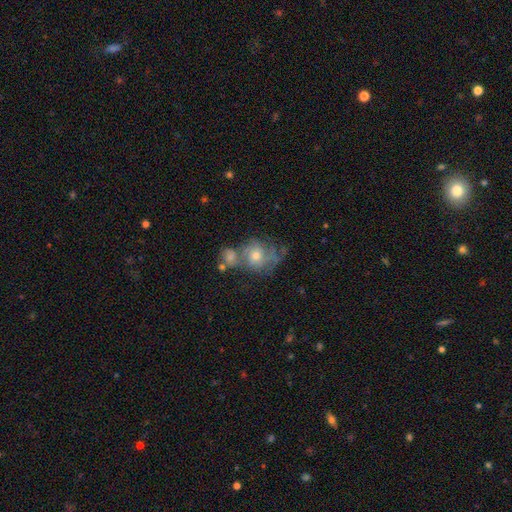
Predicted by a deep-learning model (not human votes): smooth-or-featured: featured or disk: 52% | smooth: 33% | star or artifact: 15%
  disk-edge-on: no: 95% | yes: 5%
  merging: none: 34% (tied) | merger: 34% (tied) | minor disturbance: 17% | major disturbance: 14%